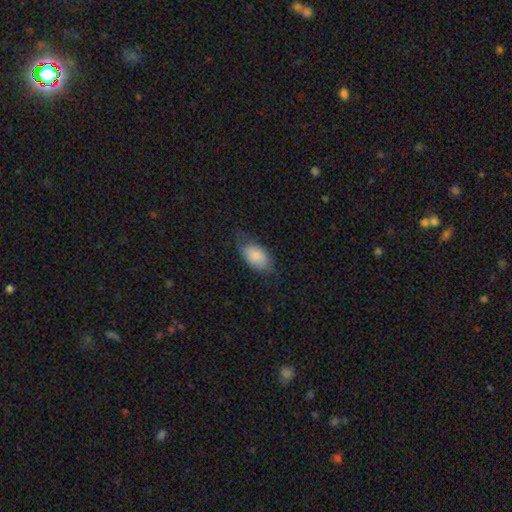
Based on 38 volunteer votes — Morphology: type=smooth (92%); roundness=in between (91%); merging=none (67%).